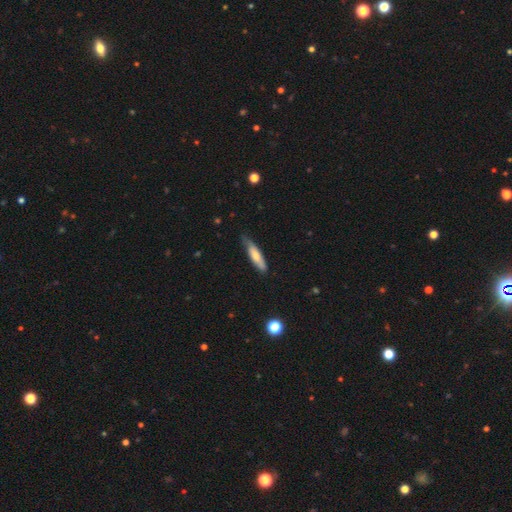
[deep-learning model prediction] Morphology: type=smooth (64%); roundness=cigar-shaped (72%); merging=none (66%).